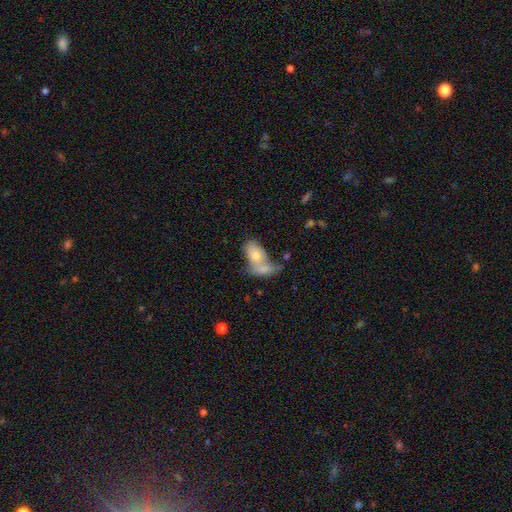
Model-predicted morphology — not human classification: Q: Smooth or featured?
A: smooth (65%); runner-up: featured or disk (27%)
Q: How rounded?
A: in between (85%); runner-up: round (12%)
Q: Merging?
A: merger (57%); runner-up: none (24%)